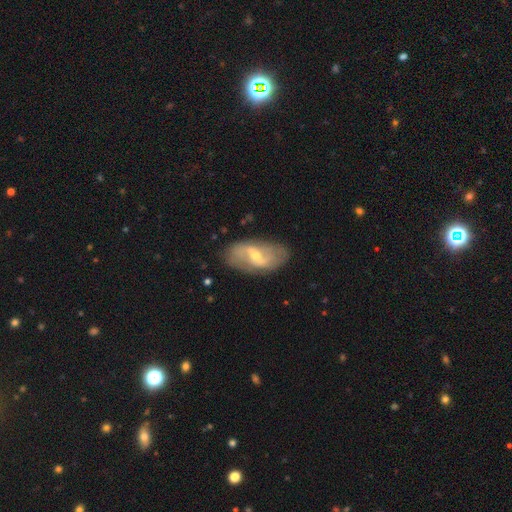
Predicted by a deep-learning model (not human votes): This appears to be a featured or disk galaxy (74%) with a weak bar (52%), 2 (80%) loose (52%) spiral arms (77%) and a moderate central bulge (48%). Merging: none (79%).